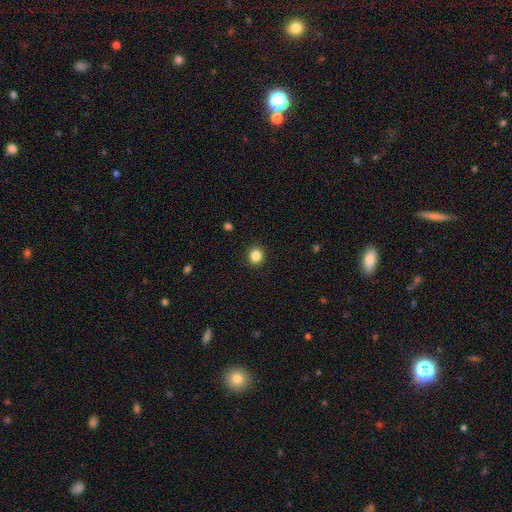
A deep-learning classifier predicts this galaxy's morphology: This is clearly a smooth galaxy (85%). How rounded: clearly round (84%). Merging: clearly none (92%).